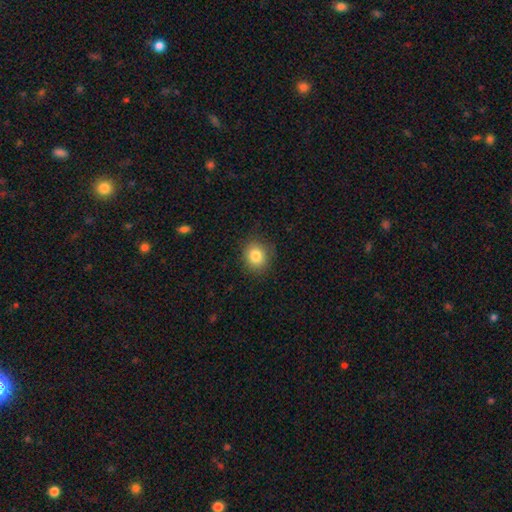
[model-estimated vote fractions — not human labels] Smooth or featured: smooth — 83% (star or artifact — 10%)
How rounded: round — 76% (in between — 23%)
Merging: none — 87% (minor disturbance — 10%)